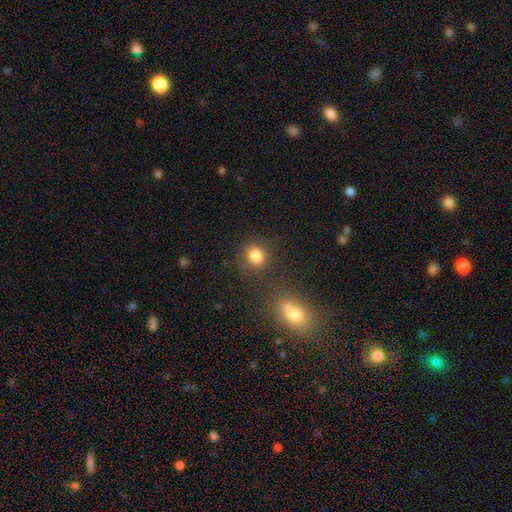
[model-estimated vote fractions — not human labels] Smooth or featured? smooth (82%)
How rounded? round (61%)
Merging? none (76%)